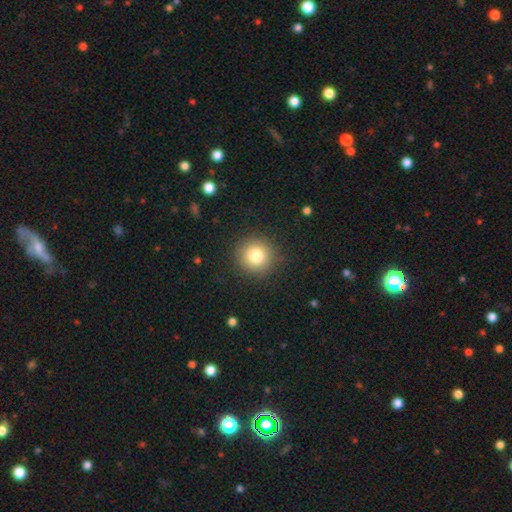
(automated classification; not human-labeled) A smooth galaxy with no disk features (82%) that is round (94%). Merging: none (90%).